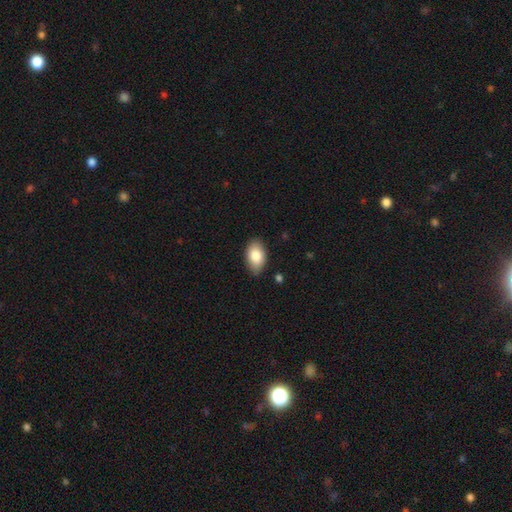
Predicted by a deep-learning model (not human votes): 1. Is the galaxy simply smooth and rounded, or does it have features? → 84% smooth, 9% featured or disk, 7% star or artifact.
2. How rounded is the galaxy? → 92% in between, 6% round, 1% cigar-shaped.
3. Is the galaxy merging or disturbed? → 83% none, 13% minor disturbance, 2% major disturbance, 1% merger.